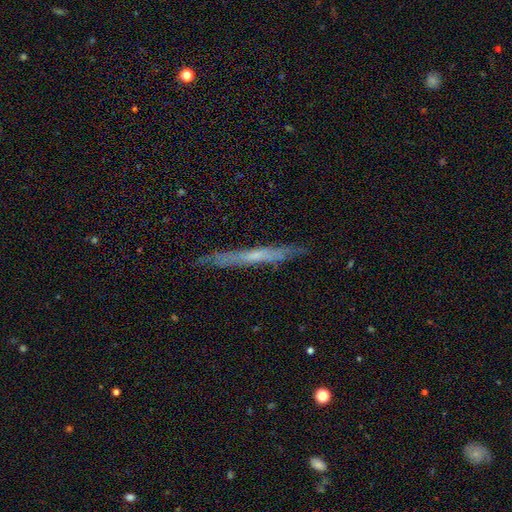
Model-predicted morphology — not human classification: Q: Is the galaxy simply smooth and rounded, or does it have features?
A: featured or disk — 58%.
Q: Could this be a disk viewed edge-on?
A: yes — 92%.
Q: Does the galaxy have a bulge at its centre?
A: none — 71%.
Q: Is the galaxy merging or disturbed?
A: none — 84%.